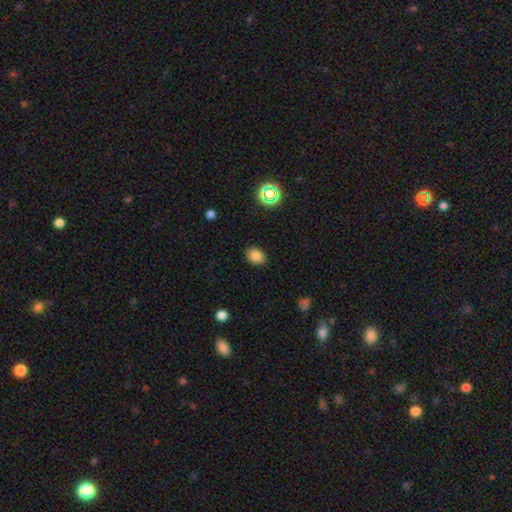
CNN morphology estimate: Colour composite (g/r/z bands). It shows a smooth galaxy with no disk features (81%) that is in between round and cigar-shaped (65%). Merging: none (87%).